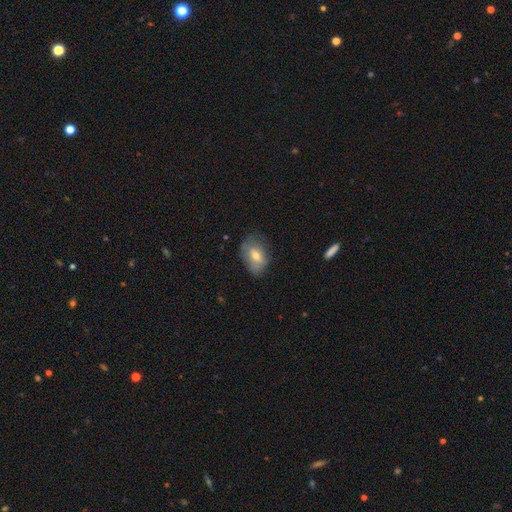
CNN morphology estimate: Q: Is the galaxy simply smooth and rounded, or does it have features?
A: smooth — 64%.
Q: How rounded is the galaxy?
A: in between — 83%.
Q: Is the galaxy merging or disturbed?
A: none — 63%.